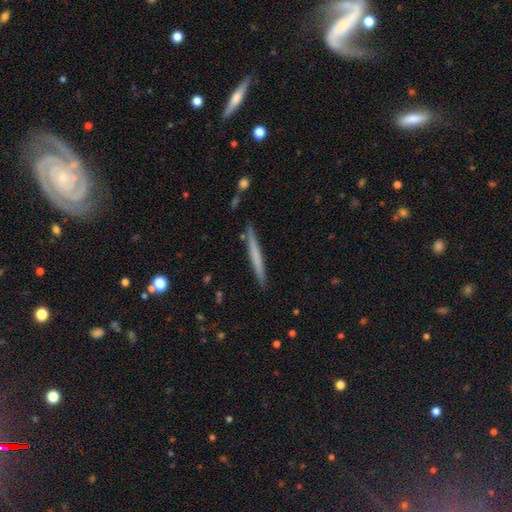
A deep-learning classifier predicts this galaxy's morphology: A smooth galaxy with no disk features (56%) that is cigar-shaped (97%).

Vote fractions:
- Smooth or featured? smooth: 56% / featured or disk: 39% / star or artifact: 6%
- How rounded? cigar-shaped: 97% / in between: 2% / round: 1%
- Merging? none: 89% / minor disturbance: 8% / merger: 2% / major disturbance: 2%